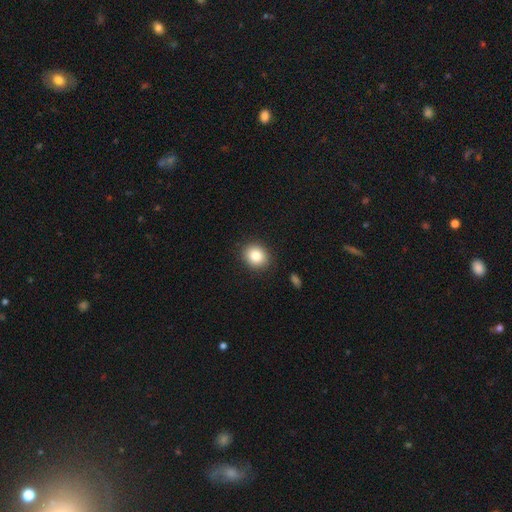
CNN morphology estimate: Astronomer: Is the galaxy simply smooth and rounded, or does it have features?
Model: smooth — 85%.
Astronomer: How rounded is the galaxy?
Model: round — 67%.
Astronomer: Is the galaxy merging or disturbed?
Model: none — 88%.